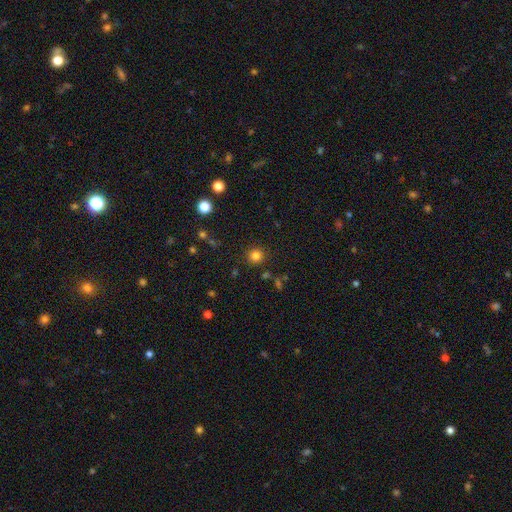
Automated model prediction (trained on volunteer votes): Overall: smooth (81%). How rounded: round (93%). Merging: none (90%).